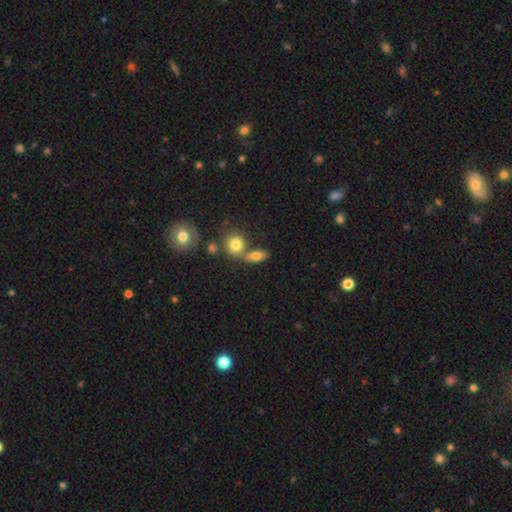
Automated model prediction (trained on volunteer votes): This is likely a smooth galaxy (74%). How rounded: likely in between (71%). Merging: possibly none (55%).